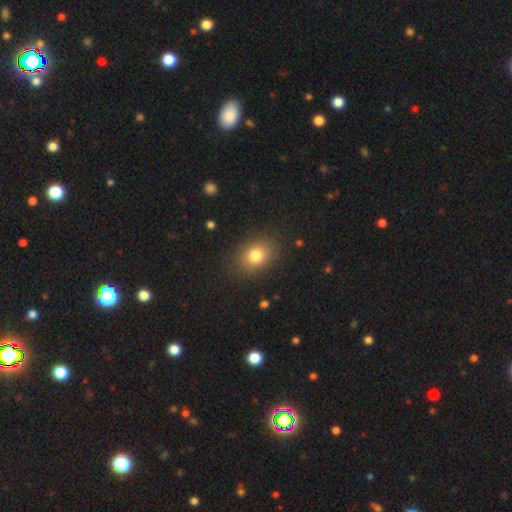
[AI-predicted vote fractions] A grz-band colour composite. It shows a smooth galaxy with no disk features (80%) that is in between round and cigar-shaped (56%). Merging: none (86%).